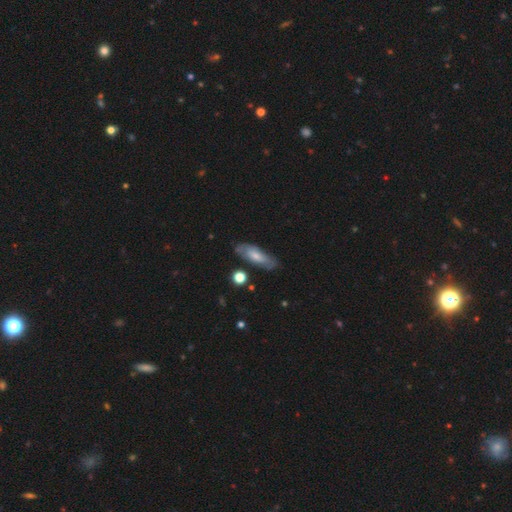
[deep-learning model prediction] Smooth or featured?
  - smooth: 56% *
  - featured or disk: 38%
  - star or artifact: 6%
How rounded?
  - in between: 60% *
  - cigar-shaped: 37%
  - round: 3%
Merging?
  - none: 76% *
  - minor disturbance: 17%
  - major disturbance: 5%
  - merger: 3%